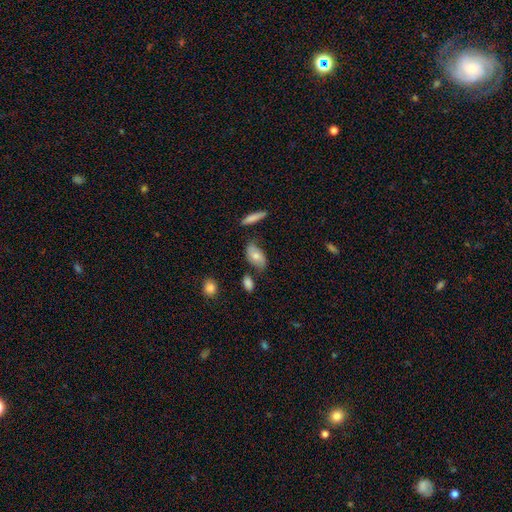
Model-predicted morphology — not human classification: smooth_or_featured: smooth (p=0.61) [alt: featured or disk p=0.32]
how_rounded: in between (p=0.90) [alt: round p=0.05]
merging: none (p=0.64) [alt: minor disturbance p=0.22]